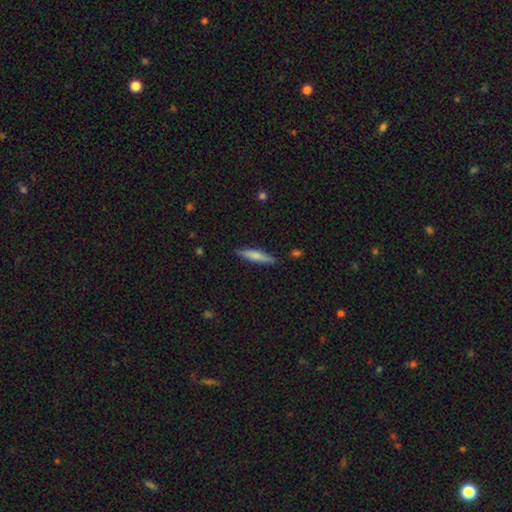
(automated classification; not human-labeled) Smooth or featured? Predicted: smooth (p=0.70). How rounded? Predicted: cigar-shaped (p=0.85). Merging? Predicted: none (p=0.86).